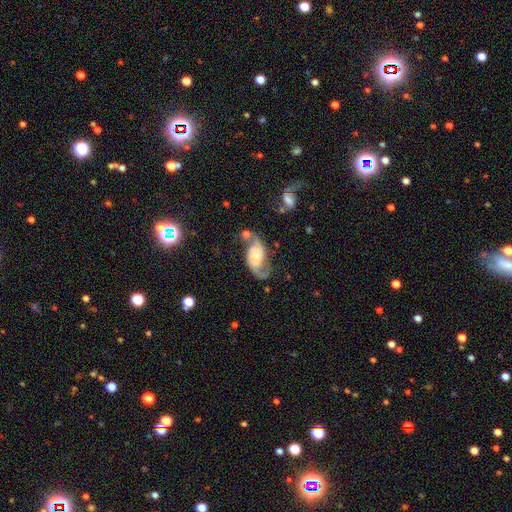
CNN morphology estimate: Q: Smooth or featured?
A: featured or disk (79%); runner-up: smooth (14%)
Q: Edge-on disk?
A: no (96%); runner-up: yes (4%)
Q: Bar?
A: no (64%); runner-up: weak (28%)
Q: Spiral arms?
A: yes (93%); runner-up: no (7%)
Q: Spiral winding?
A: loose (44%); runner-up: medium (42%)
Q: Spiral arm count?
A: 2 (88%); runner-up: 1 (5%)
Q: Bulge size?
A: small (43%); runner-up: moderate (34%)
Q: Merging?
A: none (49%); runner-up: minor disturbance (21%)